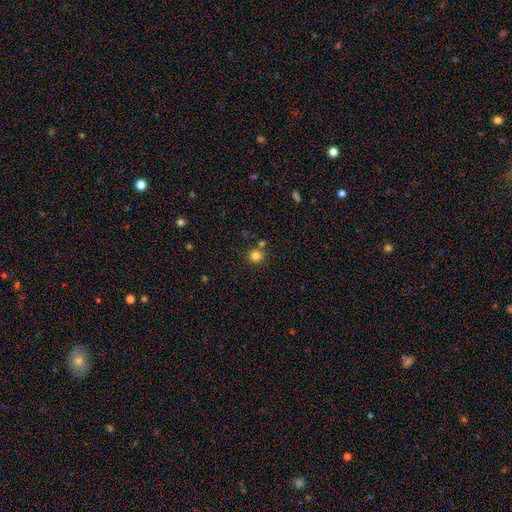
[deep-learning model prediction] Smooth or featured: smooth — 81% (star or artifact — 13%)
How rounded: round — 93% (in between — 6%)
Merging: none — 76% (merger — 12%)